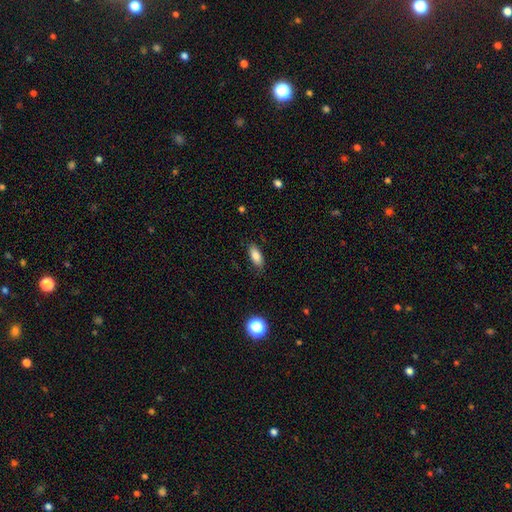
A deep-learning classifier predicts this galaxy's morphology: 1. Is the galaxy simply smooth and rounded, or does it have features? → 83% smooth, 9% featured or disk, 8% star or artifact.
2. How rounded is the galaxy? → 81% in between, 16% cigar-shaped, 3% round.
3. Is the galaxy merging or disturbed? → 83% none, 13% minor disturbance, 3% major disturbance, 1% merger.